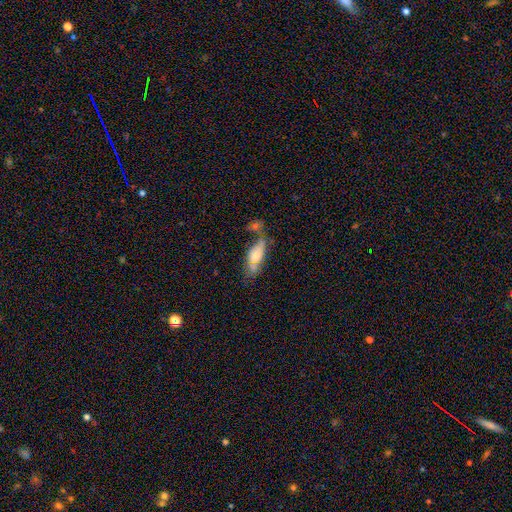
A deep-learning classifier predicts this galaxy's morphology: type=smooth (63%); roundness=in between (76%); merging=none (35%).